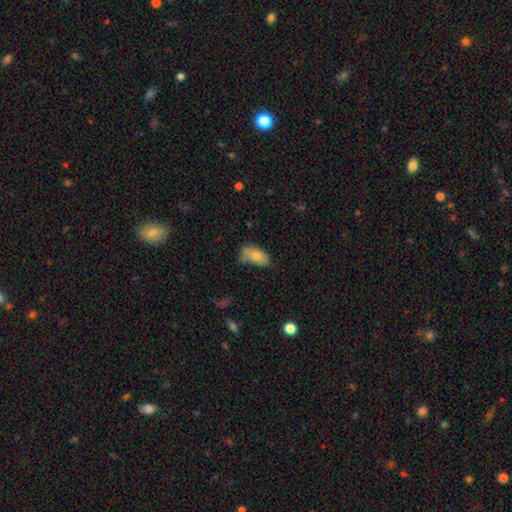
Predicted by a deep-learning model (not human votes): A smooth galaxy with no disk features (75%) that is in between round and cigar-shaped (92%).

Vote fractions:
- Smooth or featured? smooth: 75% / featured or disk: 17% / star or artifact: 8%
- How rounded? in between: 92% / round: 4% / cigar-shaped: 4%
- Merging? none: 51% / minor disturbance: 33% / major disturbance: 9% / merger: 7%